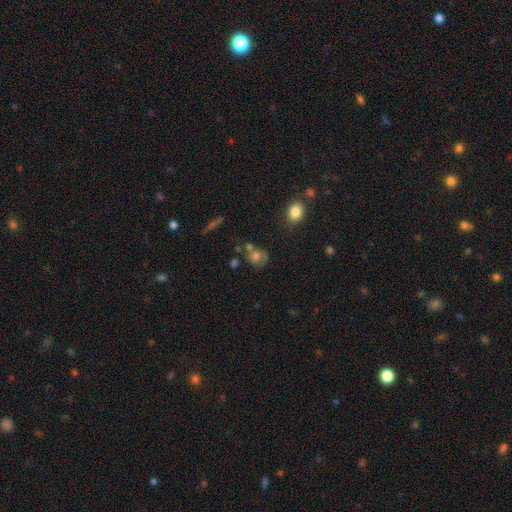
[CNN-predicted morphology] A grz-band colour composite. It shows a smooth galaxy with no disk features (56%) that is round (65%). Merging: none (54%).